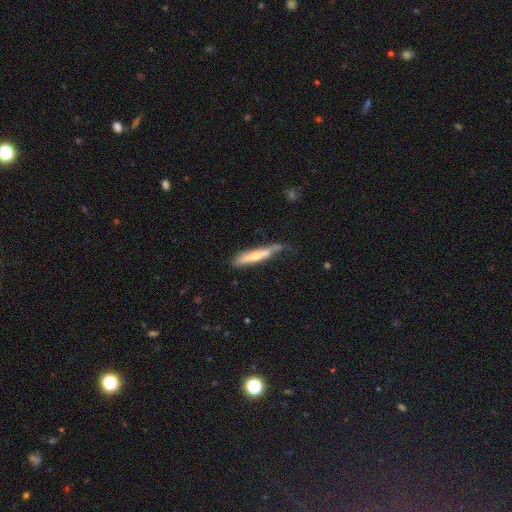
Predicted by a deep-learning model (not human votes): The model was most divided on "smooth or featured": smooth: 56%, featured or disk: 39%, star or artifact: 5%. More confident: how rounded — cigar-shaped (91%); merging — none (55%).